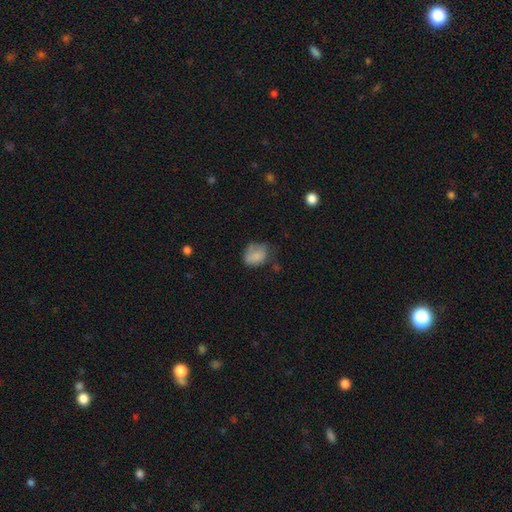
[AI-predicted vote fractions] Smooth or featured? smooth (78%)
How rounded? in between (65%)
Merging? none (44%)